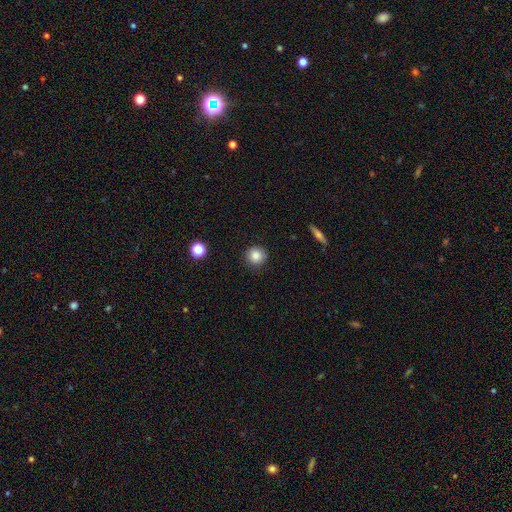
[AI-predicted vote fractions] Overall: smooth (85%). How rounded: round (93%). Merging: none (89%).